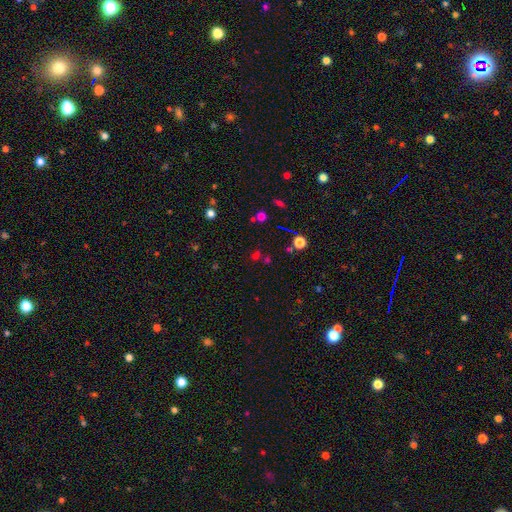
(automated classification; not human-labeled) Smooth or featured? Predicted: star or artifact (p=0.50).